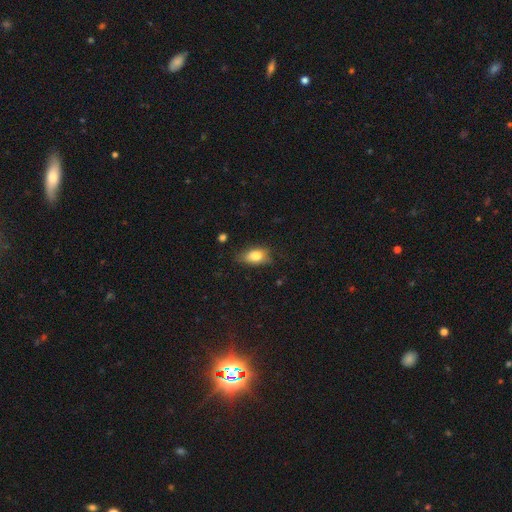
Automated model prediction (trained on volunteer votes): Smooth or featured?
  - smooth: 80% *
  - featured or disk: 11%
  - star or artifact: 8%
How rounded?
  - in between: 85% *
  - round: 12%
  - cigar-shaped: 3%
Merging?
  - none: 66% *
  - minor disturbance: 26%
  - major disturbance: 6%
  - merger: 2%